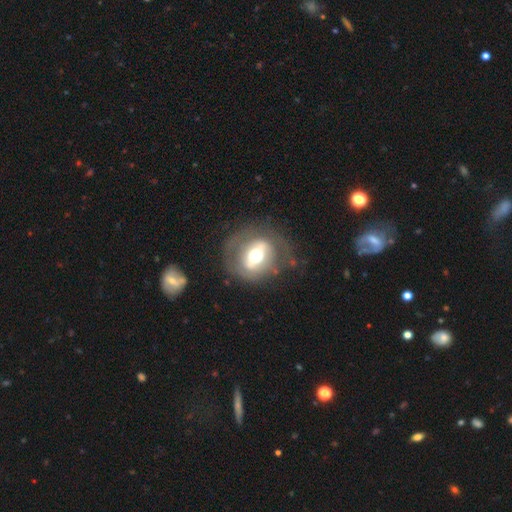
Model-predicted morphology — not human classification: The model was most divided on "bar": strong: 44%, weak: 28%, no: 28%. More confident: edge-on disk — no (90%); spiral arms — no (76%); merging — none (68%); bulge size — moderate (60%); smooth or featured — featured or disk (56%).